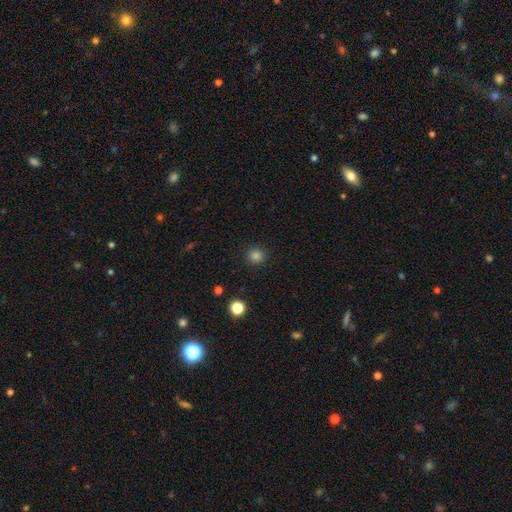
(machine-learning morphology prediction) Smooth or featured? Predicted: smooth (p=0.83). How rounded? Predicted: round (p=0.92). Merging? Predicted: none (p=0.91).